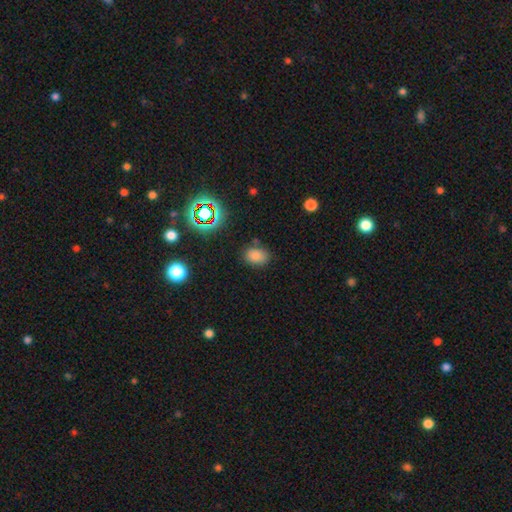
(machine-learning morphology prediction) type=smooth (76%); roundness=in between (71%); merging=none (77%).